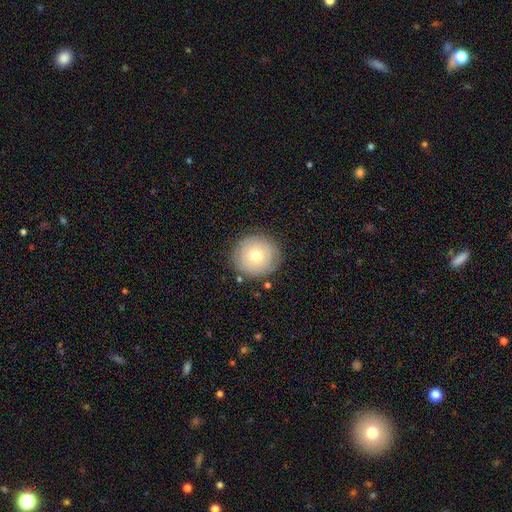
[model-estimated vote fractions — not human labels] smooth_or_featured: smooth (p=0.68) [alt: featured or disk p=0.23]
how_rounded: round (p=0.94) [alt: in between p=0.05]
merging: none (p=0.86) [alt: minor disturbance p=0.10]